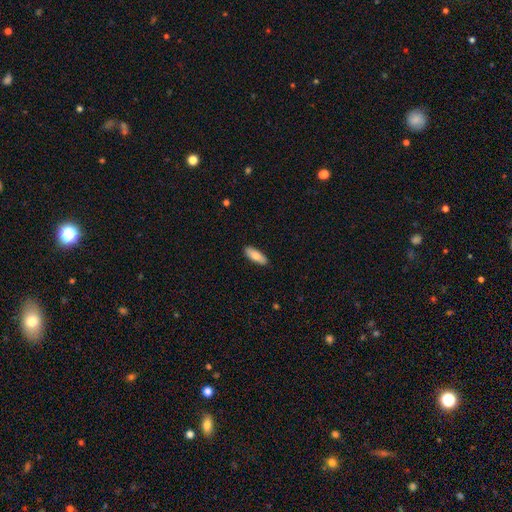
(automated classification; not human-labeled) Smooth or featured? Predicted: smooth (p=0.81). How rounded? Predicted: in between (p=0.66). Merging? Predicted: none (p=0.88).